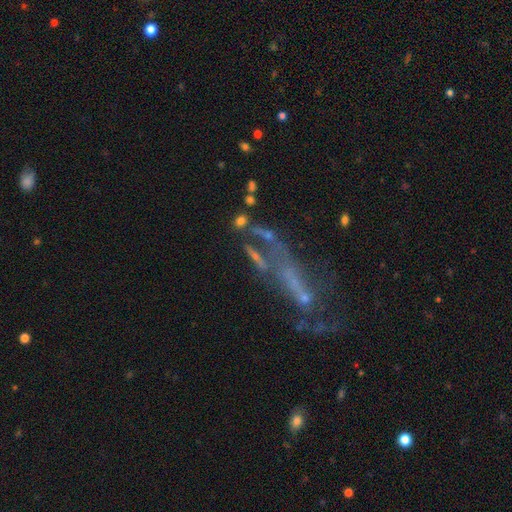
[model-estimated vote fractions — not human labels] The model was most divided on "merging": none: 31%, major disturbance: 28%, merger: 27%, minor disturbance: 14%. Remaining: smooth or featured — featured or disk (44%).